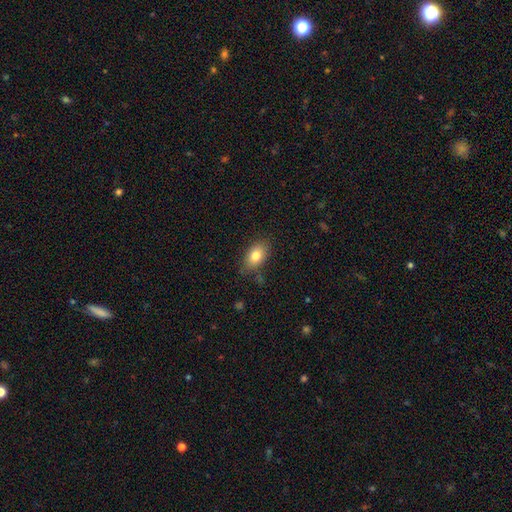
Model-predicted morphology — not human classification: This appears to be a smooth galaxy with no disk features (79%) that is in between round and cigar-shaped (87%). Merging: none (79%).